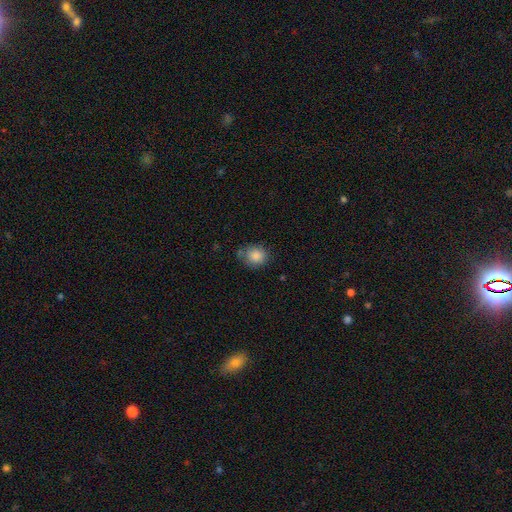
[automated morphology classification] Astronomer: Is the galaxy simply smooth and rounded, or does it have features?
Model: smooth — 86%.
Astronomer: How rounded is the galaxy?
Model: round — 76%.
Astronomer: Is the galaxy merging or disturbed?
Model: none — 68%.